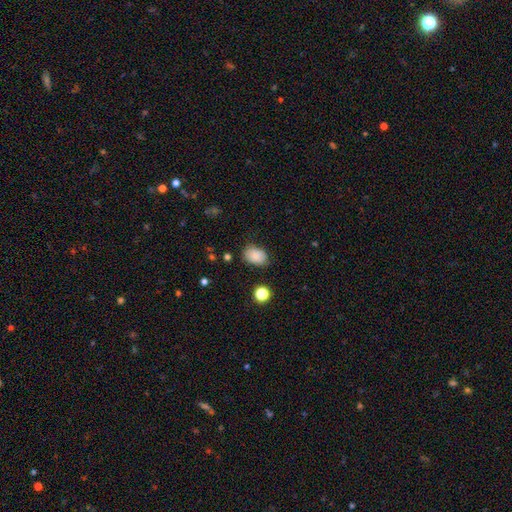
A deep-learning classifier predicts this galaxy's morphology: This is clearly a smooth galaxy (84%). How rounded: likely in between (79%). Merging: likely none (77%).